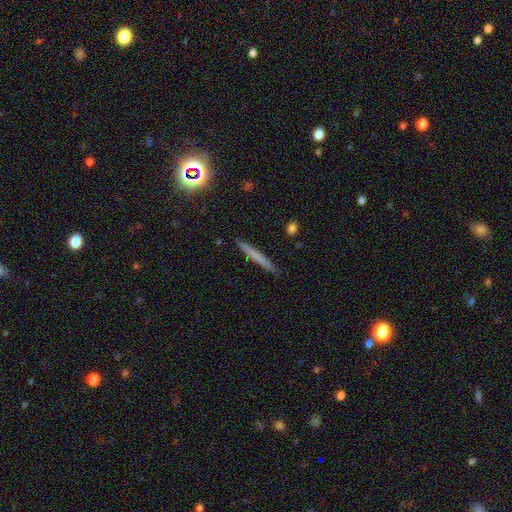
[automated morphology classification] Overall: smooth (60%; featured or disk 32%). How rounded: cigar-shaped (96%). Merging: none (91%).